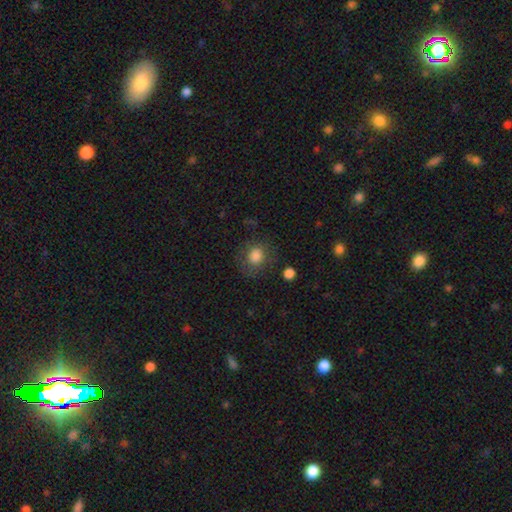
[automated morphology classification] A smooth galaxy with no disk features (82%) that is round (76%). Merging: none (72%).